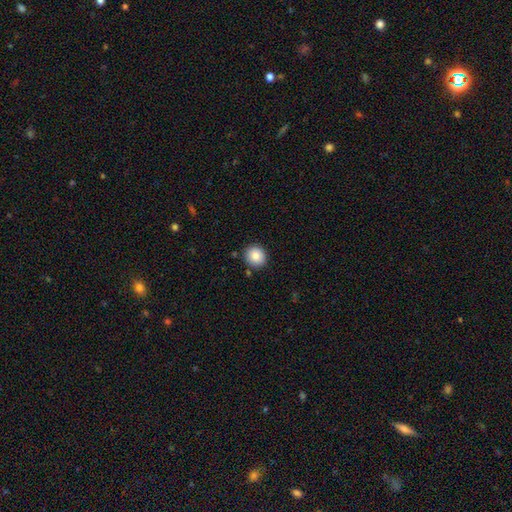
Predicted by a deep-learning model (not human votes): The model was most divided on "smooth or featured": smooth: 85%, star or artifact: 9%, featured or disk: 6%. More confident: how rounded — round (89%); merging — none (88%).